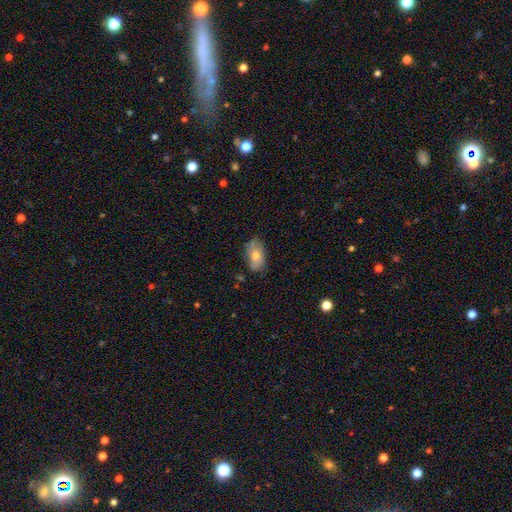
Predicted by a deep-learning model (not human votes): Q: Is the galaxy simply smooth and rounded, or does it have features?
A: smooth — 69%.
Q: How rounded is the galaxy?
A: in between — 91%.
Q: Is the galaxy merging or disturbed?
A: none — 74%.